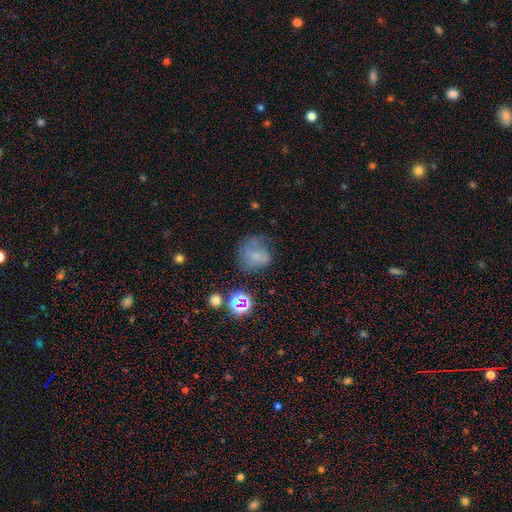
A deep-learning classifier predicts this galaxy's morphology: A smooth galaxy with no disk features (56%) that is round (71%). Merging: none (42%).